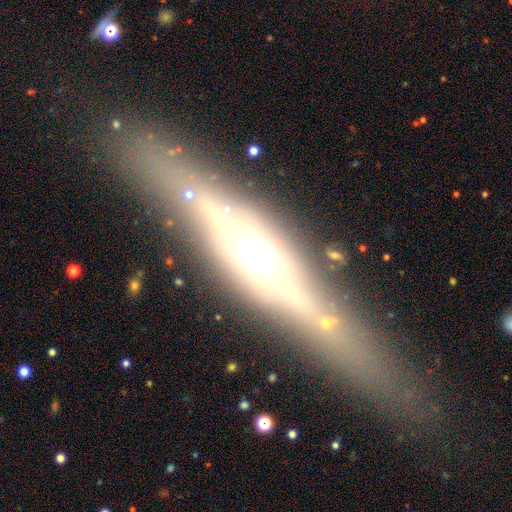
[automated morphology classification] Q: Smooth or featured?
A: featured or disk (73%); runner-up: smooth (19%)
Q: Edge-on disk?
A: yes (87%); runner-up: no (13%)
Q: Edge-on bulge?
A: rounded (78%); runner-up: boxy (15%)
Q: Merging?
A: none (82%); runner-up: minor disturbance (12%)